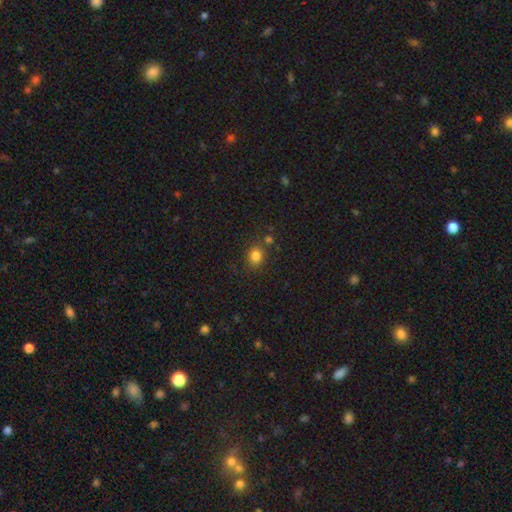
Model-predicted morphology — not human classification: Smooth or featured? Predicted: smooth (p=0.82). How rounded? Predicted: round (p=0.66). Merging? Predicted: none (p=0.75).